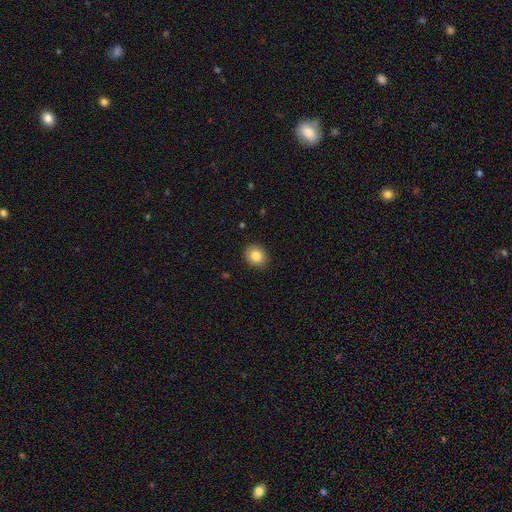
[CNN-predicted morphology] Overall: smooth (85%). How rounded: round (58%; in between 41%). Merging: none (90%).